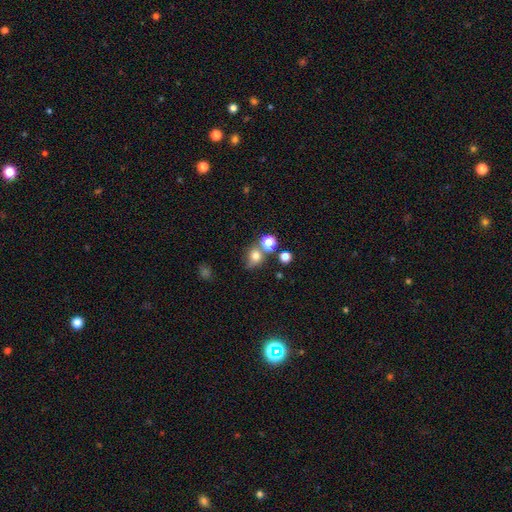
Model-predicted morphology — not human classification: smooth 70%, star or artifact 17%, featured or disk 12%. Down the decision tree: how rounded — round (70%); merging — none (50%).